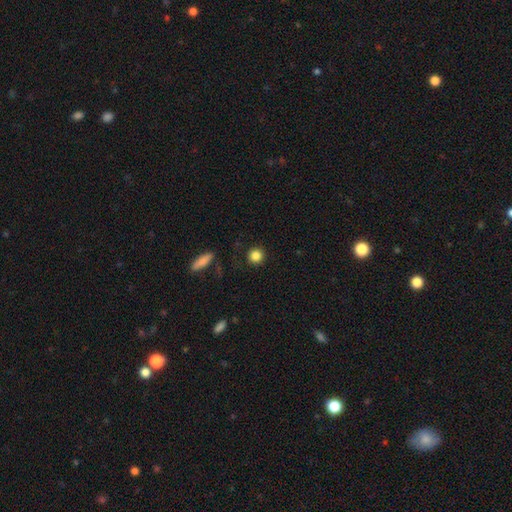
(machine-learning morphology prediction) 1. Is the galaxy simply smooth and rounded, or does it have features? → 85% smooth, 10% star or artifact, 5% featured or disk.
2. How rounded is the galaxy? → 92% round, 7% in between, 1% cigar-shaped.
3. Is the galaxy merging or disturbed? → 89% none, 7% minor disturbance, 2% major disturbance, 2% merger.